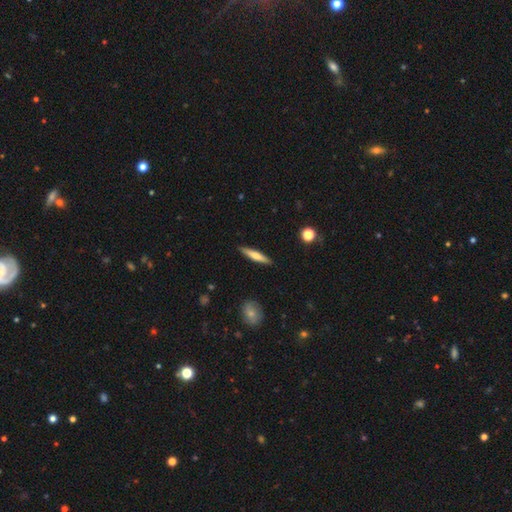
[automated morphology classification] Q: Smooth or featured?
A: smooth (58%); runner-up: featured or disk (37%)
Q: How rounded?
A: cigar-shaped (89%); runner-up: in between (10%)
Q: Merging?
A: none (90%); runner-up: minor disturbance (7%)